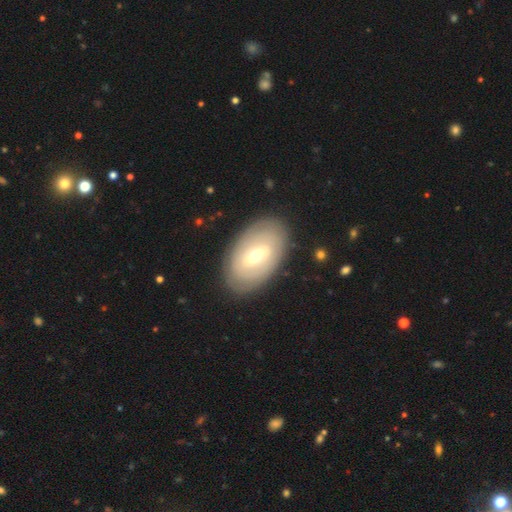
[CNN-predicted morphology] This appears to be a featured or disk galaxy (60%) with a weak bar (48%), spiral arms (51%) and a moderate central bulge (53%). Merging: none (85%).